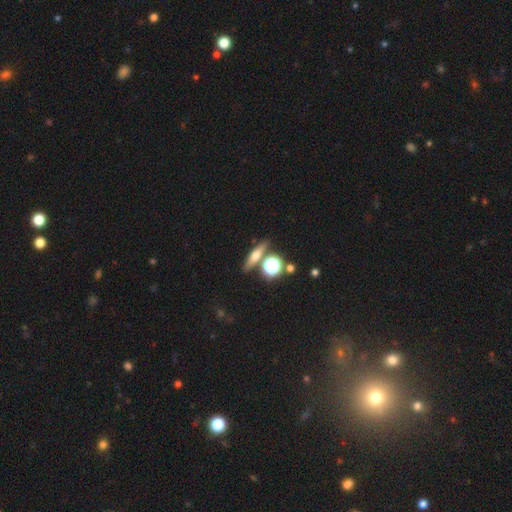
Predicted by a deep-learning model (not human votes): A smooth galaxy with no disk features (43%).

Vote fractions:
- Smooth or featured? smooth: 43% / featured or disk: 41% / star or artifact: 16%
- Merging? none: 78% / merger: 10% / minor disturbance: 9% / major disturbance: 3%